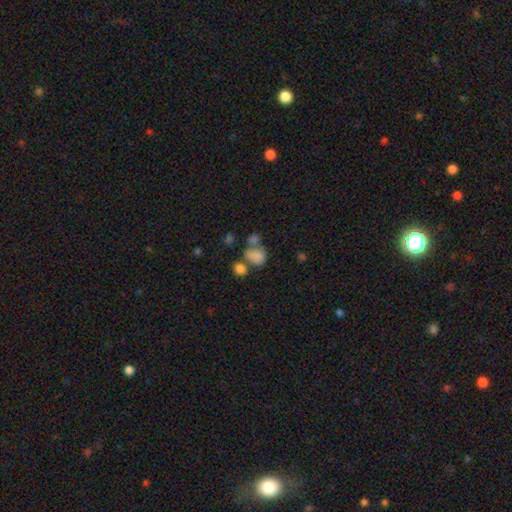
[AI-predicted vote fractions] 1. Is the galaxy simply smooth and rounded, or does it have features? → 77% smooth, 12% star or artifact, 11% featured or disk.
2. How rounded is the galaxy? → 50% in between, 48% round, 1% cigar-shaped.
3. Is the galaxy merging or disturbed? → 43% merger, 32% none, 14% minor disturbance, 11% major disturbance.